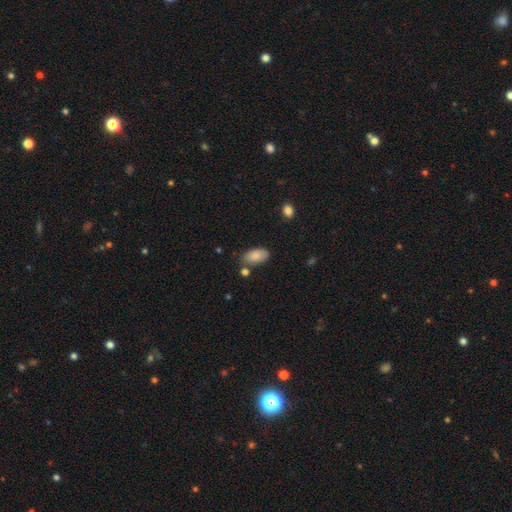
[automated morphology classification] Smooth or featured: smooth — 86% (featured or disk — 8%)
How rounded: in between — 94% (round — 3%)
Merging: none — 76% (minor disturbance — 15%)